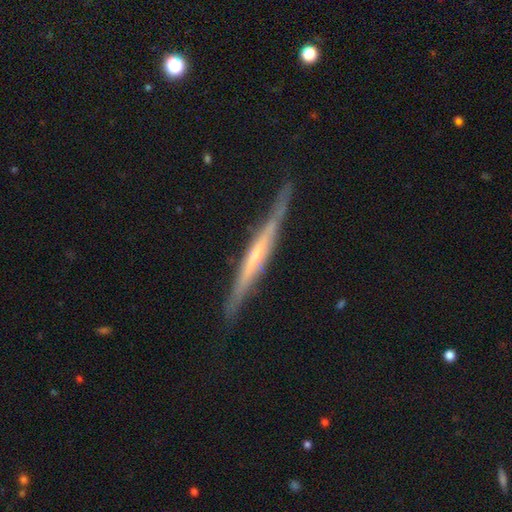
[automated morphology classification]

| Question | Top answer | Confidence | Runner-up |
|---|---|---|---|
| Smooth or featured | featured or disk | 72% | smooth (23%) |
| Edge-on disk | yes | 96% | no (4%) |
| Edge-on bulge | none | 56% | rounded (29%) |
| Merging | none | 83% | minor disturbance (13%) |